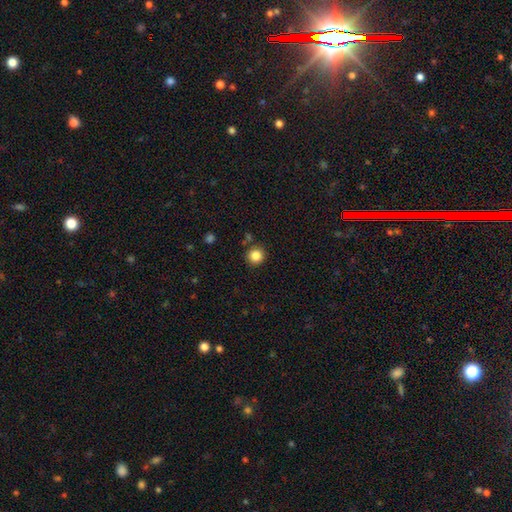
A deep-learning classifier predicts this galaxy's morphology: A smooth galaxy with no disk features (84%) that is round (93%).

Vote fractions:
- Smooth or featured? smooth: 84% / star or artifact: 11% / featured or disk: 4%
- How rounded? round: 93% / in between: 6% / cigar-shaped: 1%
- Merging? none: 88% / minor disturbance: 6% / merger: 3% / major disturbance: 2%